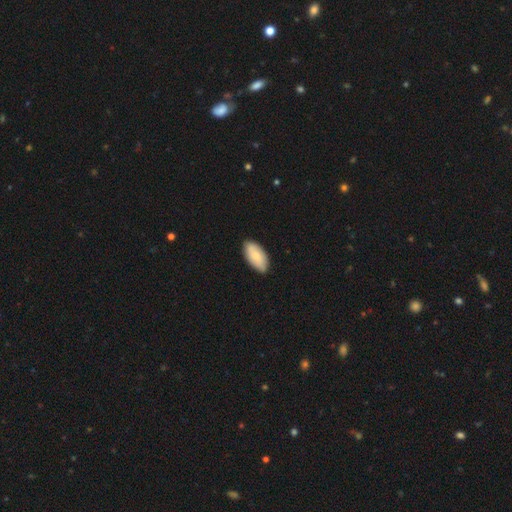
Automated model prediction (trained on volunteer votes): A smooth galaxy with no disk features (82%) that is in between round and cigar-shaped (94%). Merging: none (86%).